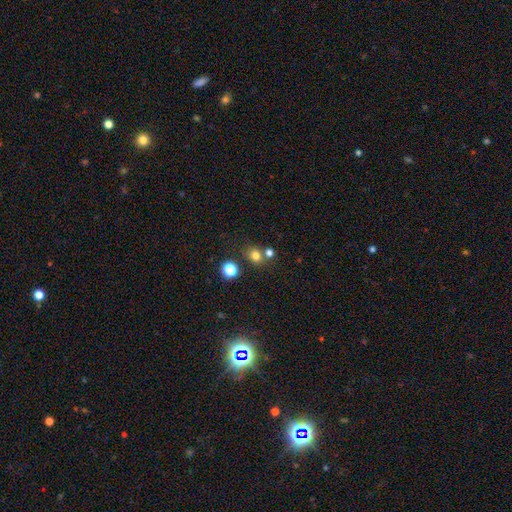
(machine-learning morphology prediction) A smooth galaxy with no disk features (76%) that is round (75%). Merging: none (67%).